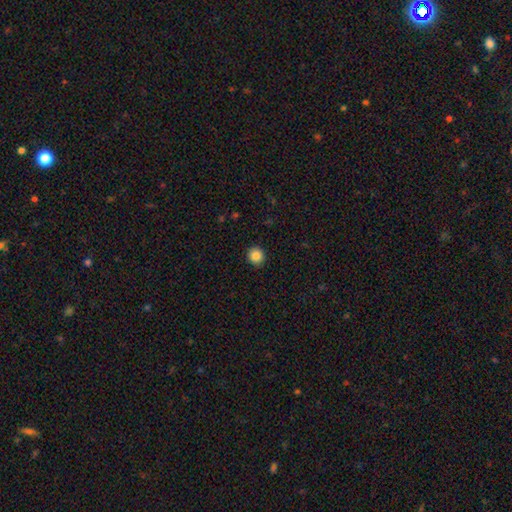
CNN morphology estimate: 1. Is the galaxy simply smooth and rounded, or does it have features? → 86% smooth, 10% star or artifact, 4% featured or disk.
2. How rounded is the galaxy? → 91% round, 8% in between, 1% cigar-shaped.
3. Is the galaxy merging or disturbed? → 92% none, 5% minor disturbance, 2% major disturbance, 1% merger.